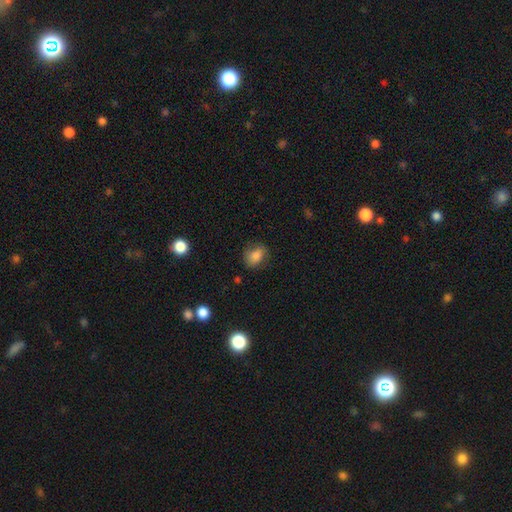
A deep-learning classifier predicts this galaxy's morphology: smooth 79%, featured or disk 11%, star or artifact 10%. Down the decision tree: how rounded — in between (61%); merging — none (71%).